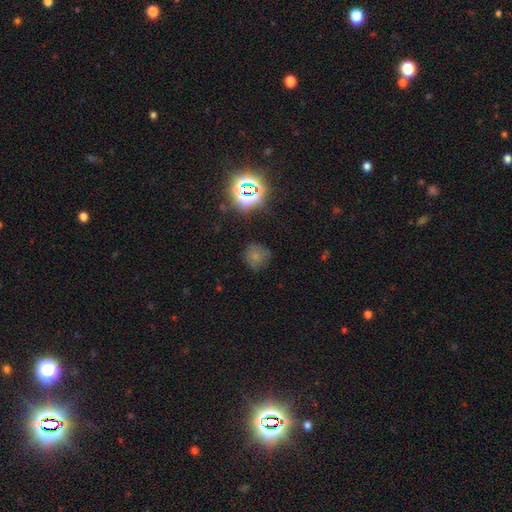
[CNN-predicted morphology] The model was most divided on "smooth or featured": smooth: 57%, star or artifact: 32%, featured or disk: 11%. More confident: how rounded — round (87%); merging — none (75%).